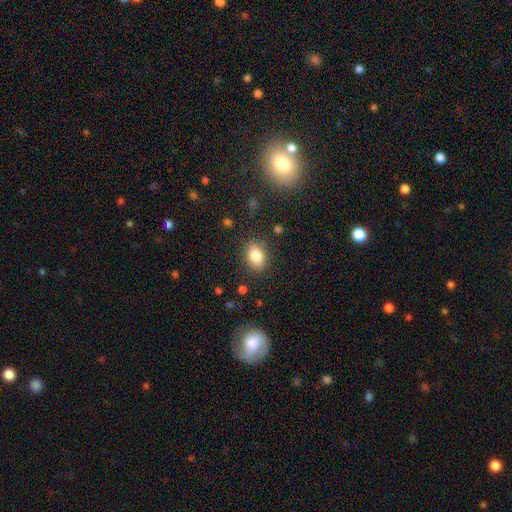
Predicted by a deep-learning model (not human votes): Smooth or featured: smooth — 82% (star or artifact — 9%)
How rounded: in between — 68% (round — 31%)
Merging: none — 85% (minor disturbance — 11%)